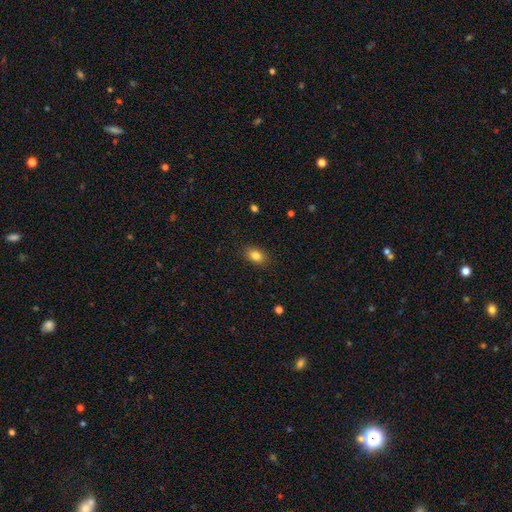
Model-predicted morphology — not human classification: Smooth or featured? smooth (83%)
How rounded? in between (82%)
Merging? none (88%)